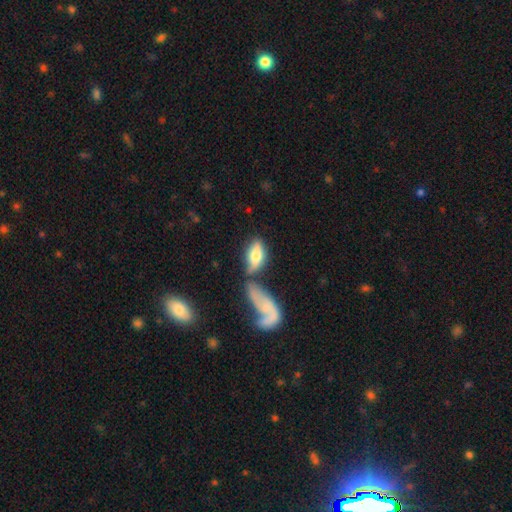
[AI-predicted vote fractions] This is likely a smooth galaxy (62%). How rounded: likely in between (79%). Merging: marginally none (44%).